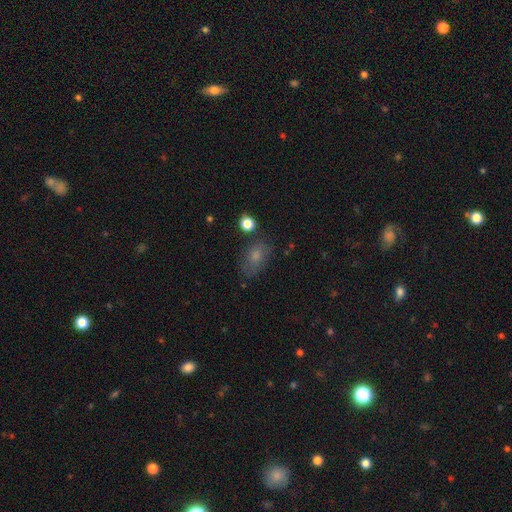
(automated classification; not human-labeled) This is likely a smooth galaxy (74%). How rounded: clearly in between (84%). Merging: likely none (67%).